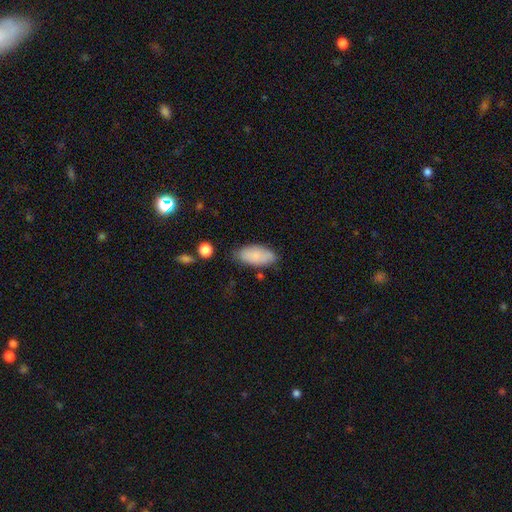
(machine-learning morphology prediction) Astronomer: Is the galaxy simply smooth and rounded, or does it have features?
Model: smooth — 84%.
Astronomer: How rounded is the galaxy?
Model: in between — 91%.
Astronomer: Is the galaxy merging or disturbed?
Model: none — 76%.